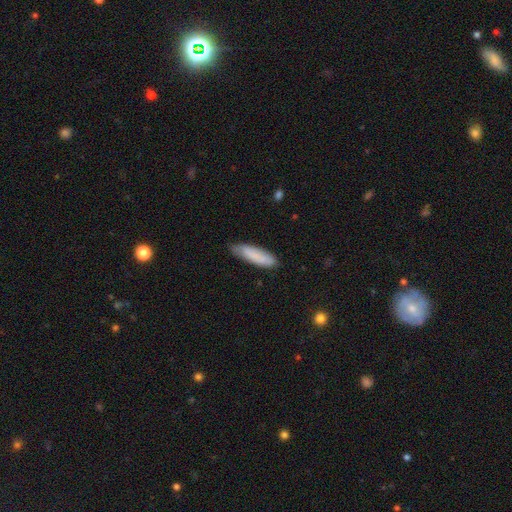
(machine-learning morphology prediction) smooth 82%, featured or disk 12%, star or artifact 6%. Down the decision tree: how rounded — cigar-shaped (64%); merging — none (75%).